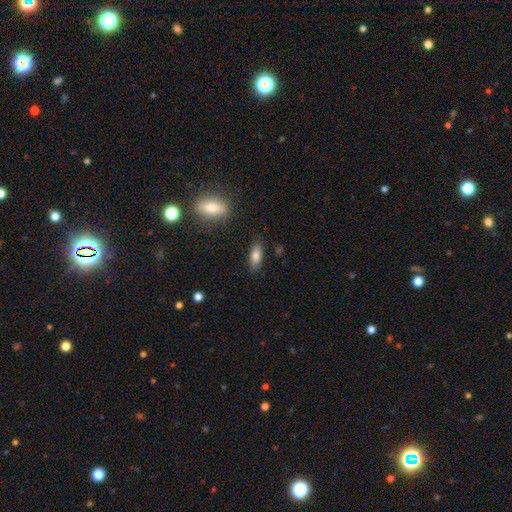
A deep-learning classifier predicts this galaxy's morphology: A smooth galaxy with no disk features (81%) that is in between round and cigar-shaped (77%).

Vote fractions:
- Smooth or featured? smooth: 81% / featured or disk: 11% / star or artifact: 8%
- How rounded? in between: 77% / cigar-shaped: 20% / round: 3%
- Merging? none: 83% / minor disturbance: 12% / major disturbance: 3% / merger: 2%